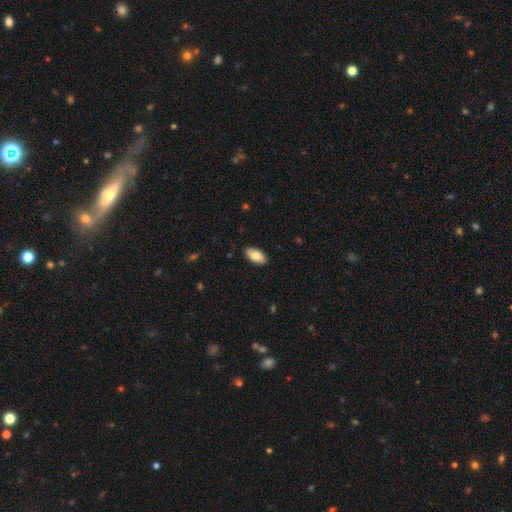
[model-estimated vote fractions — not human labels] Smooth or featured? smooth (81%)
How rounded? in between (93%)
Merging? none (88%)